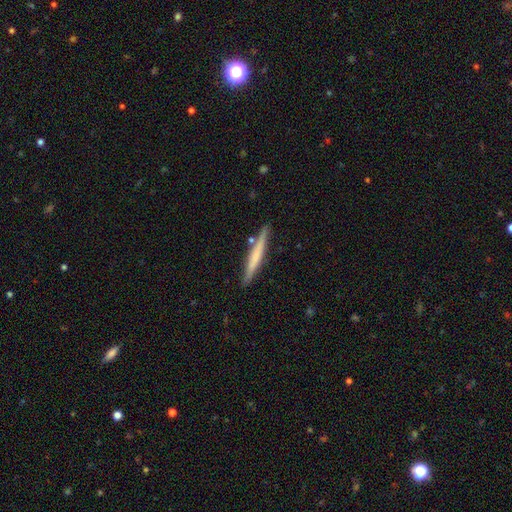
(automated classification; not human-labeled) Q: Smooth or featured?
A: smooth (51%); runner-up: featured or disk (43%)
Q: How rounded?
A: cigar-shaped (96%); runner-up: in between (3%)
Q: Merging?
A: none (87%); runner-up: minor disturbance (9%)